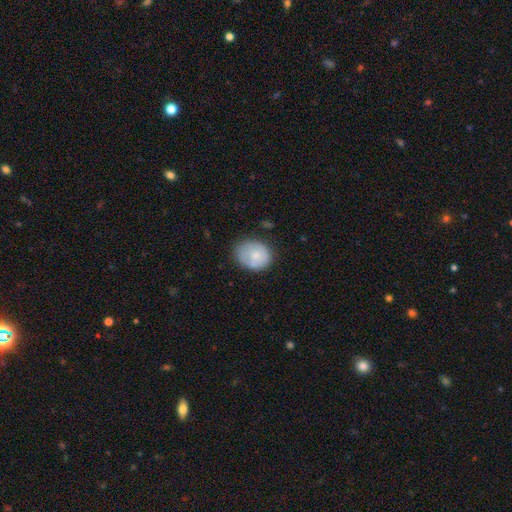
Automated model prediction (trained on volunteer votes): A smooth galaxy with no disk features (71%) that is round (53%). Merging: none (63%).